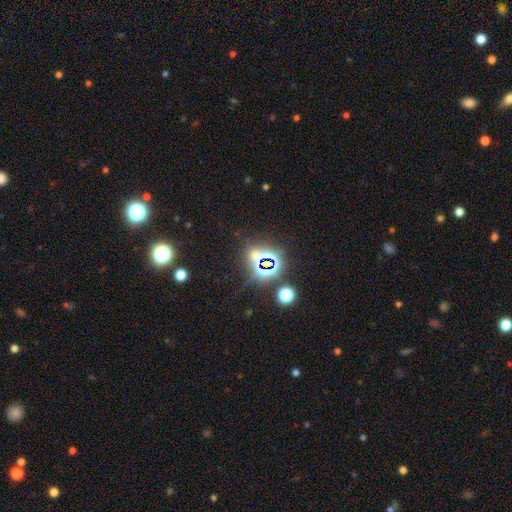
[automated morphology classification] This appears to be a star or artifact, not a galaxy (71%).